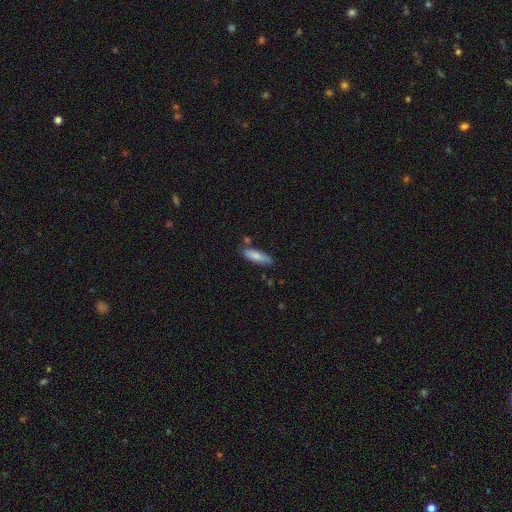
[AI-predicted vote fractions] A smooth galaxy with no disk features (81%) that is cigar-shaped (52%). Merging: none (74%).